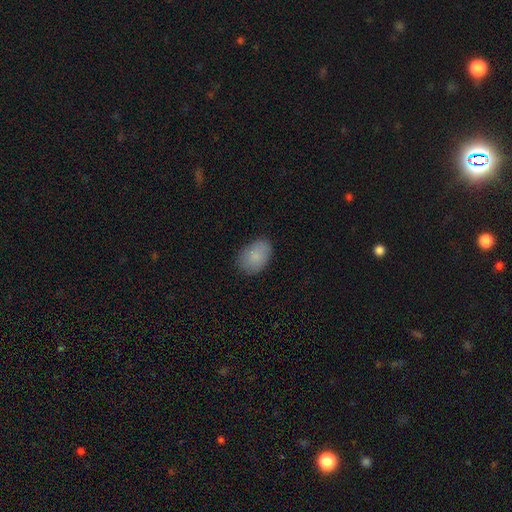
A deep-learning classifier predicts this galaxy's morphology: smooth 86%, star or artifact 7%, featured or disk 7%. Down the decision tree: how rounded — in between (86%); merging — none (82%).